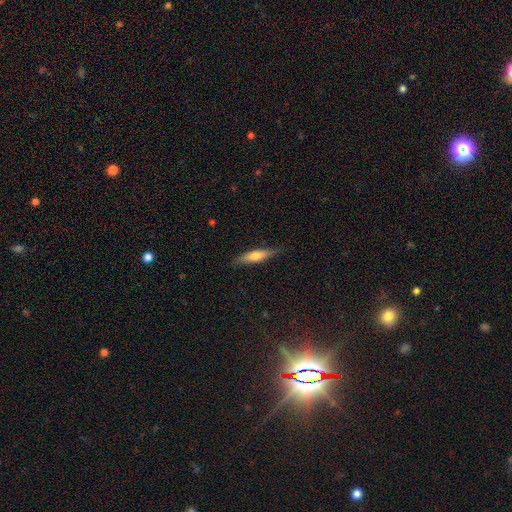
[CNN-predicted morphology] The model was most divided on "smooth or featured": smooth: 58%, featured or disk: 36%, star or artifact: 6%. More confident: merging — none (84%); how rounded — cigar-shaped (77%).